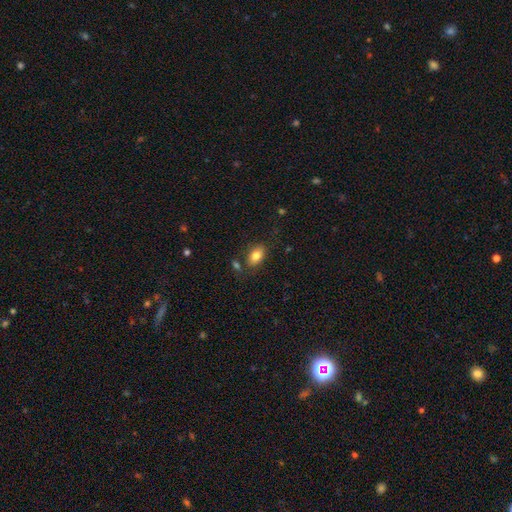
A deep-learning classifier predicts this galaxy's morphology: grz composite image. It shows a smooth galaxy with no disk features (81%) that is in between round and cigar-shaped (88%). Merging: none (77%).